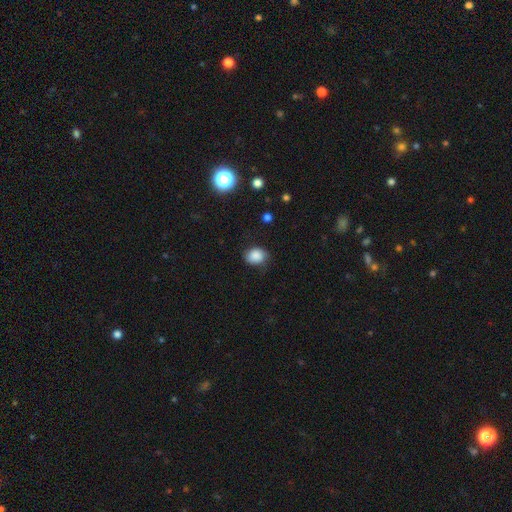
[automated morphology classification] This appears to be a smooth galaxy with no disk features (85%) that is in between round and cigar-shaped (51%). Merging: none (74%).